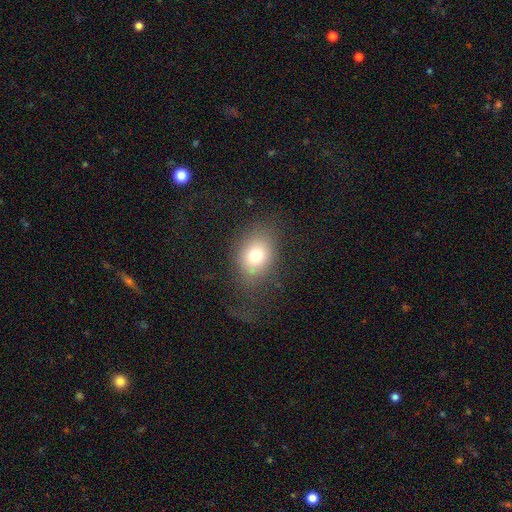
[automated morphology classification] This appears to be a smooth galaxy with no disk features (73%) that is in between round and cigar-shaped (57%). Merging: none (67%).